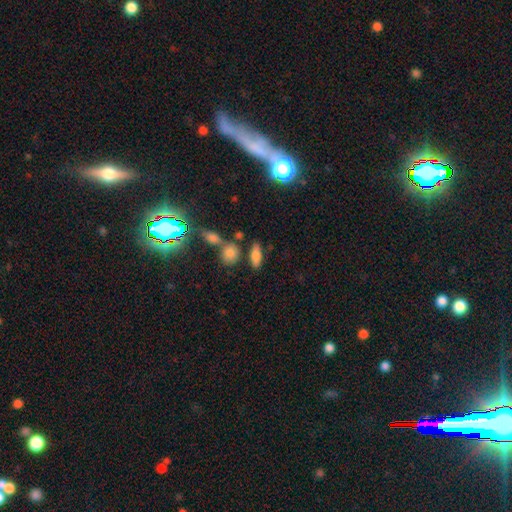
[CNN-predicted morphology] Q: Smooth or featured?
A: smooth (75%); runner-up: featured or disk (15%)
Q: How rounded?
A: in between (66%); runner-up: cigar-shaped (28%)
Q: Merging?
A: none (73%); runner-up: merger (12%)